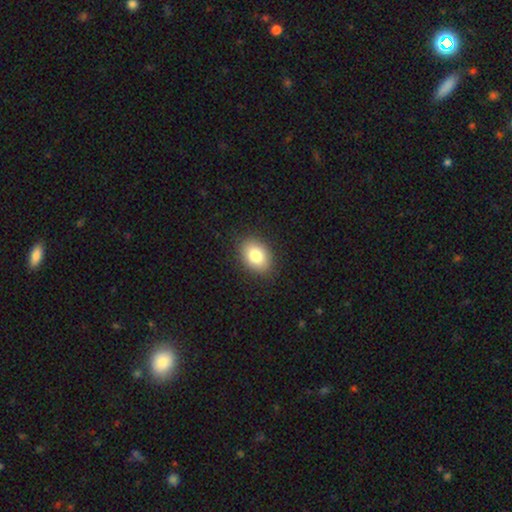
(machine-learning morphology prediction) Smooth or featured? smooth (83%)
How rounded? in between (75%)
Merging? none (87%)